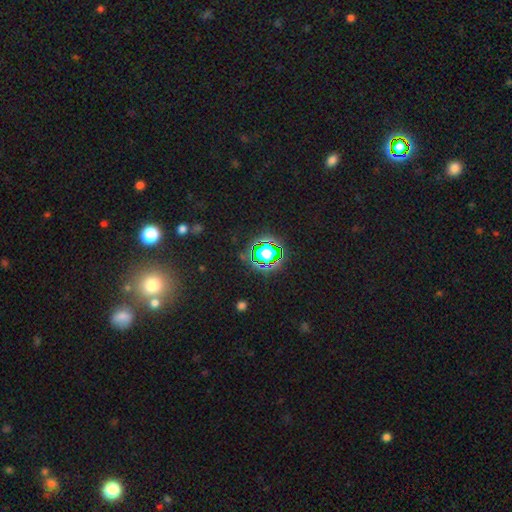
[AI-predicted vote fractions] Smooth or featured: star or artifact — 76% (smooth — 16%)